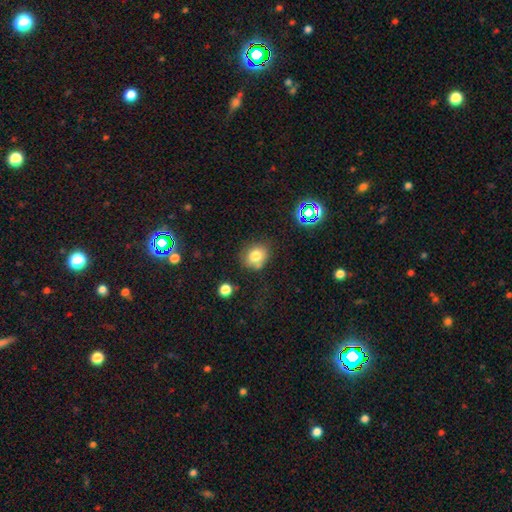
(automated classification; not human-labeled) smooth-or-featured: smooth: 76% | star or artifact: 13% | featured or disk: 10%
  how-rounded: round: 68% | in between: 32% | cigar-shaped: 1%
  merging: none: 68% | minor disturbance: 18% | merger: 8% | major disturbance: 5%